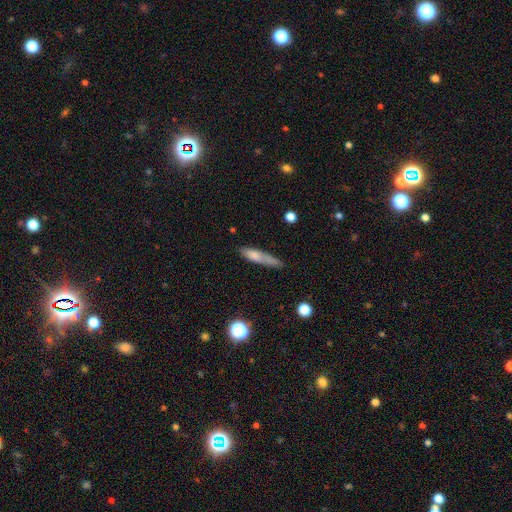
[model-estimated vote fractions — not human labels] This appears to be a smooth galaxy with no disk features (72%) that is cigar-shaped (80%). Merging: none (62%).